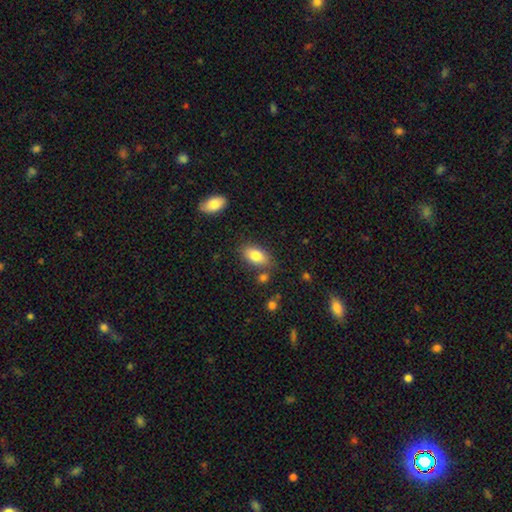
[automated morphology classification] Smooth or featured? smooth (83%)
How rounded? in between (92%)
Merging? none (76%)